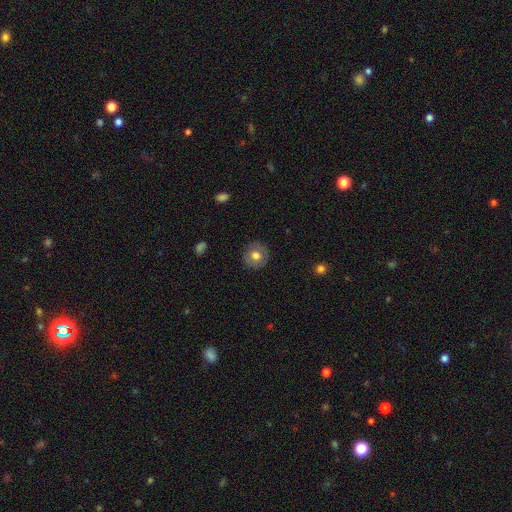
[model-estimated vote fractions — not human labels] Morphology: type=smooth (68%); roundness=round (89%); merging=none (87%).